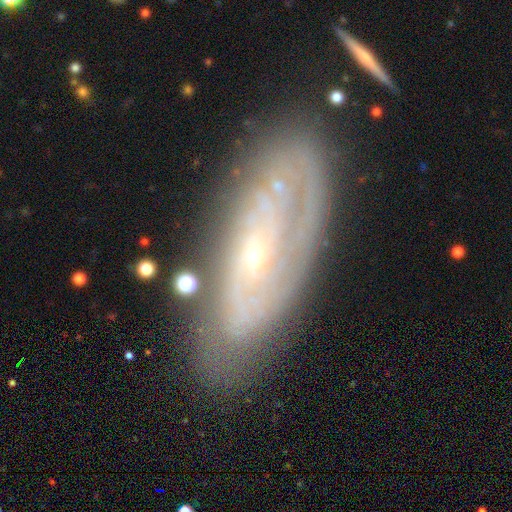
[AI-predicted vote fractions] Smooth or featured? featured or disk (78%)
Edge-on disk? no (88%)
Bar? no (59%)
Spiral arms? yes (87%)
Spiral winding? tight (64%)
Spiral arm count? can't tell (42%)
Bulge size? small (78%)
Merging? none (78%)